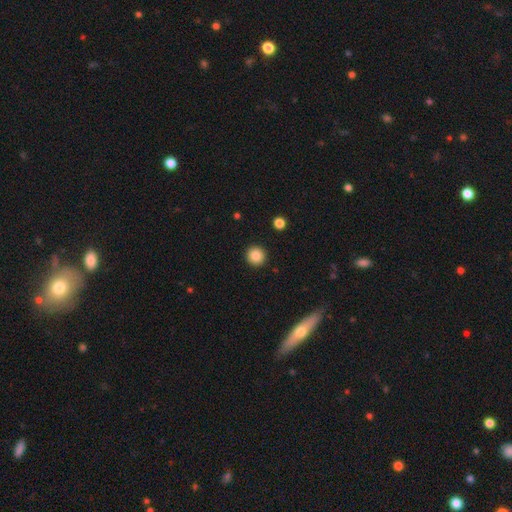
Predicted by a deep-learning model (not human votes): This is clearly a smooth galaxy (86%). How rounded: clearly round (95%). Merging: clearly none (93%).